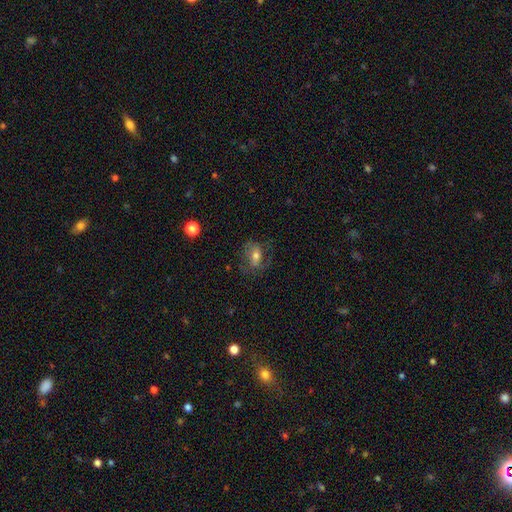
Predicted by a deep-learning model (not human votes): smooth_or_featured: smooth (p=0.47) [alt: featured or disk p=0.41]
merging: none (p=0.63) [alt: minor disturbance p=0.20]